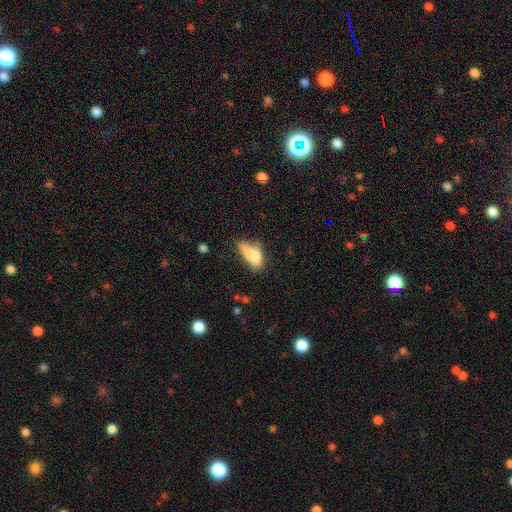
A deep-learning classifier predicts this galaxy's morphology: smooth 63%, featured or disk 28%, star or artifact 9%. Down the decision tree: how rounded — in between (66%); merging — merger (35%).